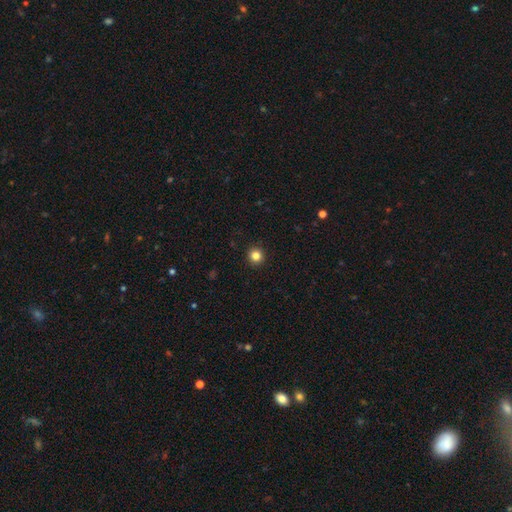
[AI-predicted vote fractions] Overall: smooth (83%). How rounded: round (95%). Merging: none (93%).